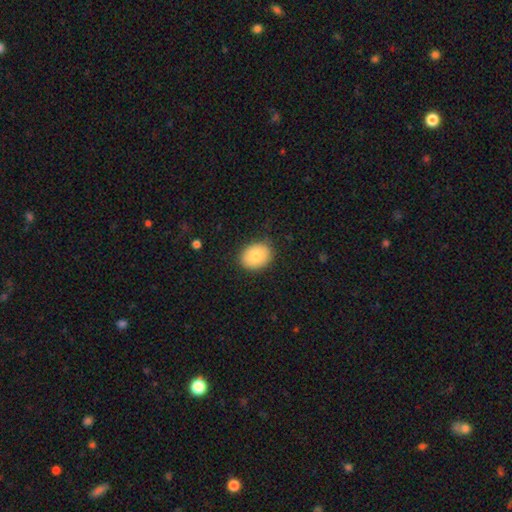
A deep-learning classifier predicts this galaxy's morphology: smooth 82%, featured or disk 11%, star or artifact 7%. Down the decision tree: how rounded — in between (56%); merging — none (85%).